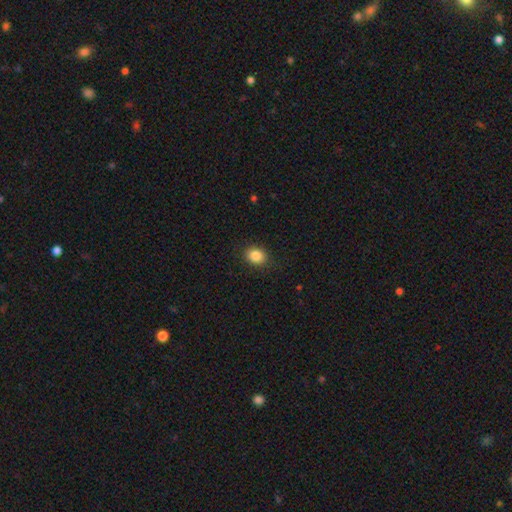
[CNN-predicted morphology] Smooth or featured: smooth — 86% (star or artifact — 10%)
How rounded: round — 54% (in between — 45%)
Merging: none — 88% (minor disturbance — 9%)